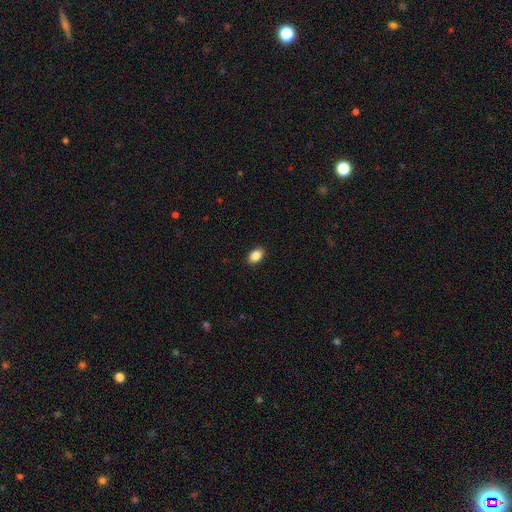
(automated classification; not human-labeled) The model was most divided on "how rounded": in between: 82%, round: 17%, cigar-shaped: 1%. More confident: merging — none (90%); smooth or featured — smooth (88%).